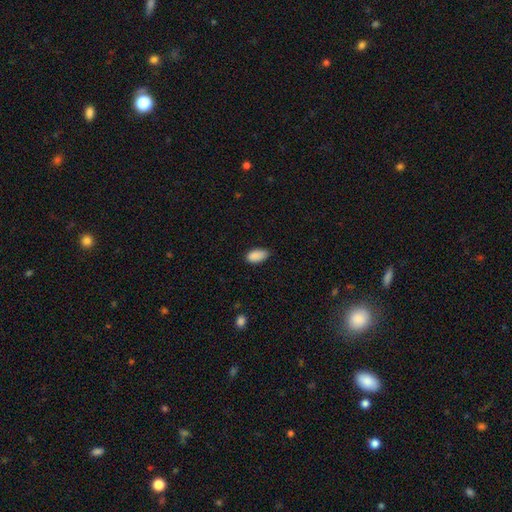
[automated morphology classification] Smooth or featured? Predicted: smooth (p=0.89). How rounded? Predicted: in between (p=0.94). Merging? Predicted: none (p=0.76).